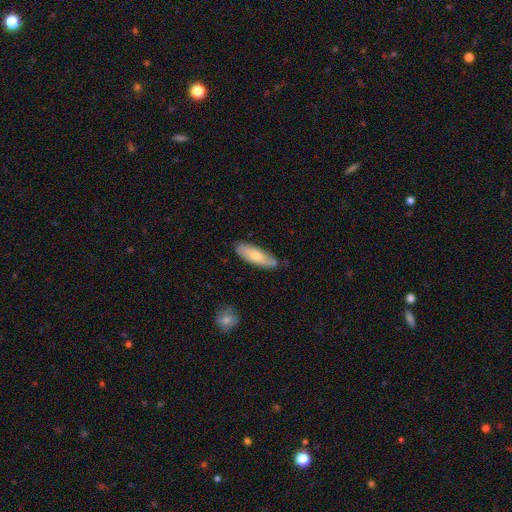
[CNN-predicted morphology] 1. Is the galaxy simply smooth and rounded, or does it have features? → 69% smooth, 25% featured or disk, 6% star or artifact.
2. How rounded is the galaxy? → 55% in between, 43% cigar-shaped, 2% round.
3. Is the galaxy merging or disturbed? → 74% none, 19% minor disturbance, 4% merger, 3% major disturbance.